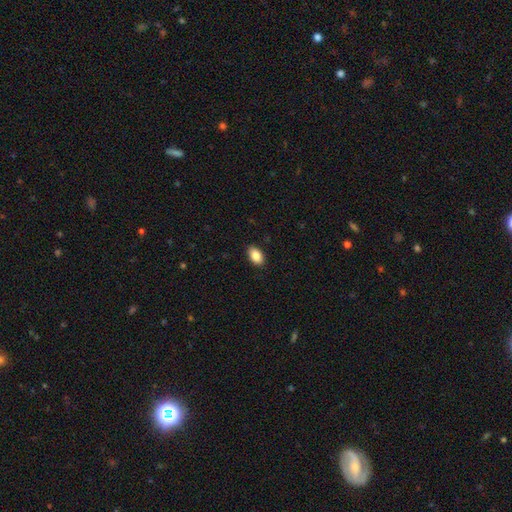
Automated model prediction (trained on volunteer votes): Smooth or featured: smooth — 86% (star or artifact — 7%)
How rounded: in between — 92% (round — 7%)
Merging: none — 90% (minor disturbance — 8%)